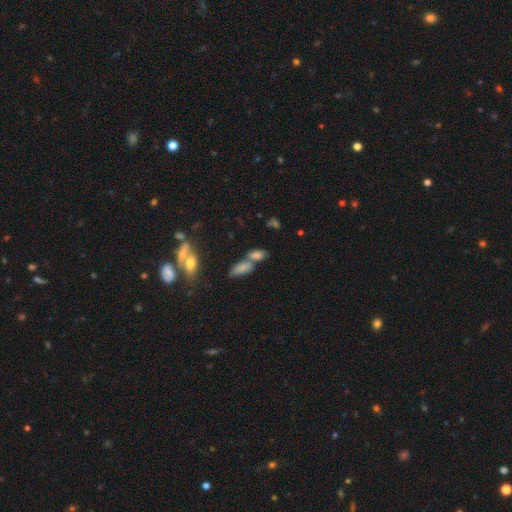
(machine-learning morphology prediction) type=smooth (64%); roundness=in between (76%); merging=merger (46%).